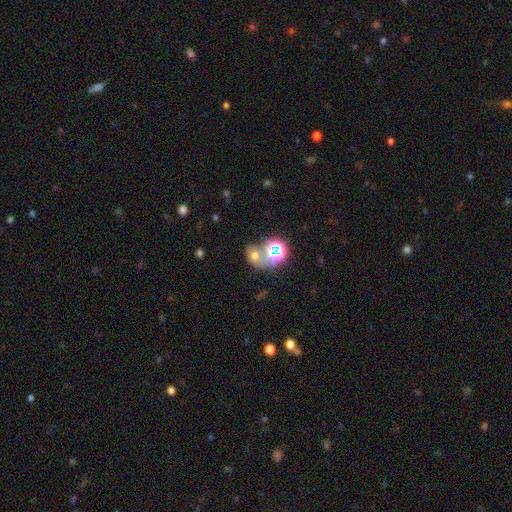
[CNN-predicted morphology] Smooth or featured: smooth — 53% (star or artifact — 27%)
How rounded: round — 57% (in between — 42%)
Merging: merger — 44% (none — 35%)